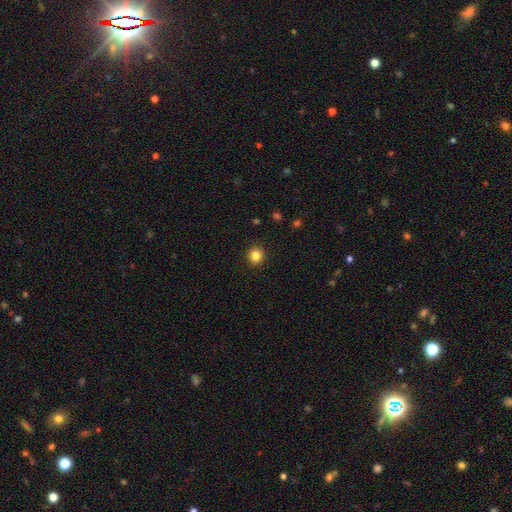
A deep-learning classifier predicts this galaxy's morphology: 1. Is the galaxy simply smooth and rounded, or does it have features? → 84% smooth, 11% star or artifact, 5% featured or disk.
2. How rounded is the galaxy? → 88% round, 11% in between, 1% cigar-shaped.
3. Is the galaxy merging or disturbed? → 92% none, 5% minor disturbance, 2% major disturbance, 1% merger.